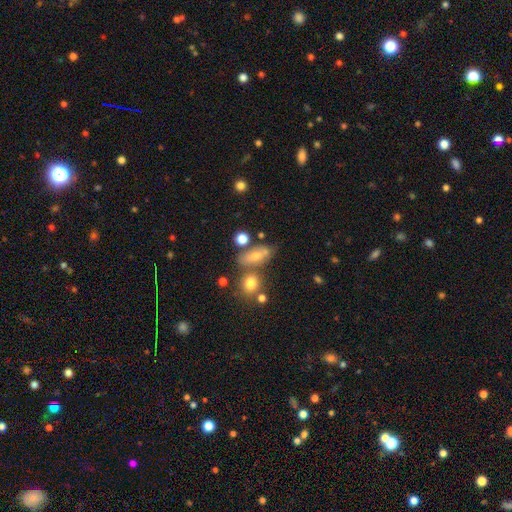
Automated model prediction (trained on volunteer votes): Morphology: type=smooth (65%); roundness=in between (70%); merging=none (56%).